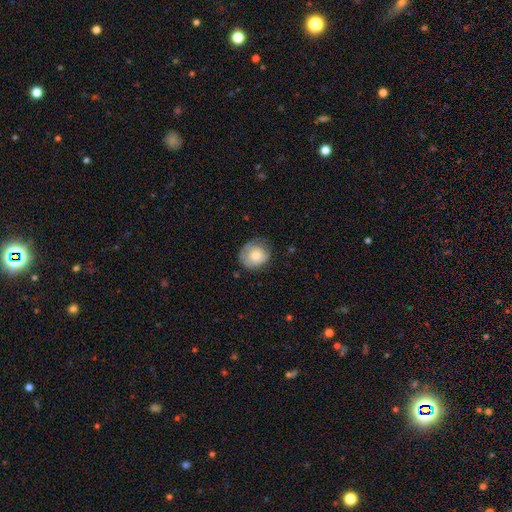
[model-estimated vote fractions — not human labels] smooth 68%, featured or disk 24%, star or artifact 7%. Down the decision tree: how rounded — round (78%); merging — none (63%).